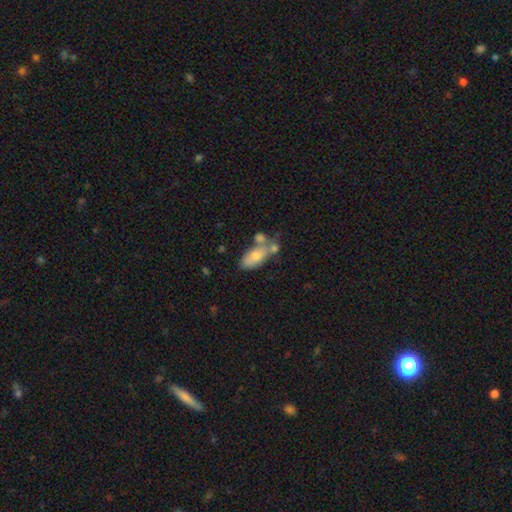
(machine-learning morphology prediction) A smooth galaxy with no disk features (71%) that is in between round and cigar-shaped (86%). Merging: none (38%).